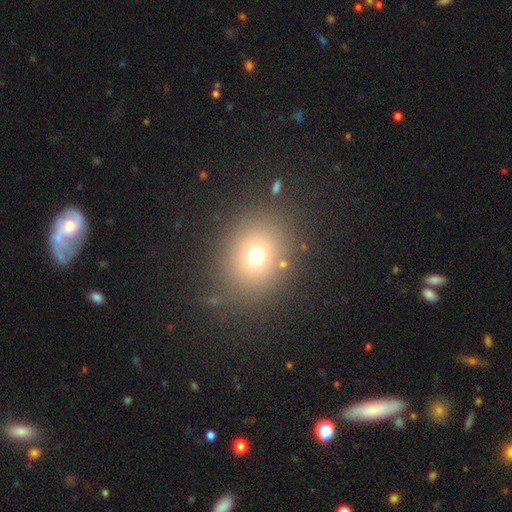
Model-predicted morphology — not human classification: Smooth or featured? Predicted: smooth (p=0.70). How rounded? Predicted: round (p=0.72). Merging? Predicted: none (p=0.81).